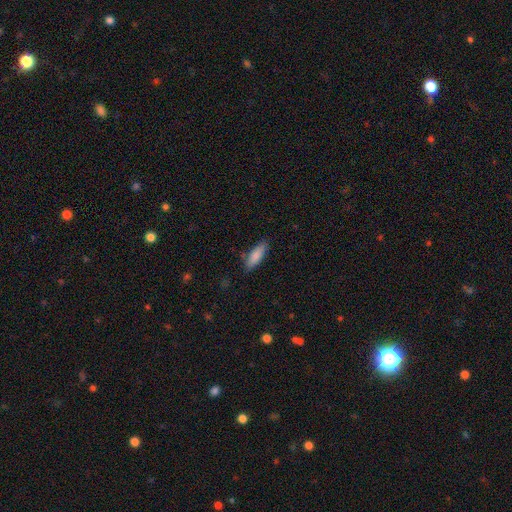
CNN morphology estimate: This appears to be a smooth galaxy with no disk features (86%) that is in between round and cigar-shaped (58%). Merging: none (81%).